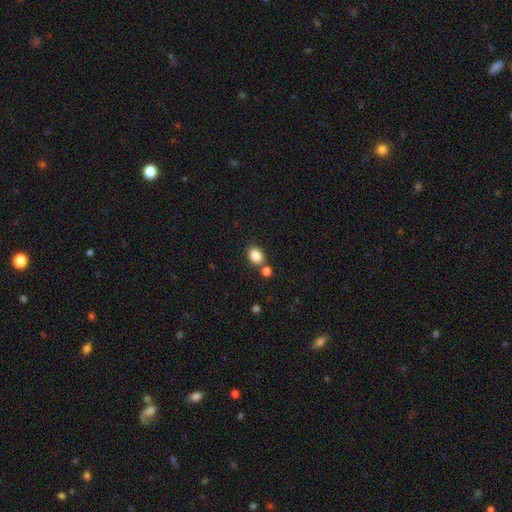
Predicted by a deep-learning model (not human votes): smooth-or-featured: smooth: 85% | star or artifact: 10% | featured or disk: 5%
  how-rounded: in between: 60% | round: 39% | cigar-shaped: 1%
  merging: none: 71% | merger: 17% | minor disturbance: 10% | major disturbance: 3%